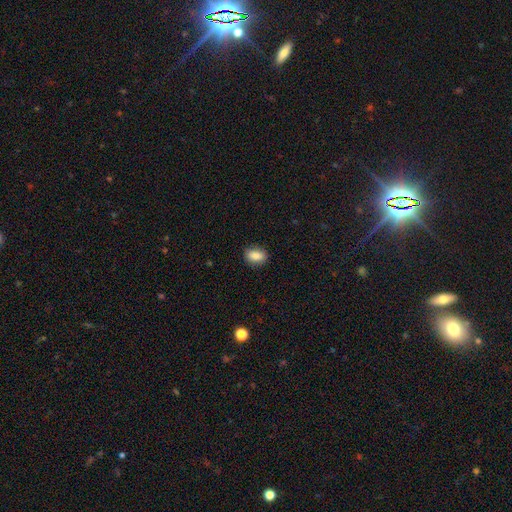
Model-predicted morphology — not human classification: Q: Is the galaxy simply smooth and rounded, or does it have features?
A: smooth — 86%.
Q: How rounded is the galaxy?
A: in between — 79%.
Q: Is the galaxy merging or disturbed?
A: none — 86%.